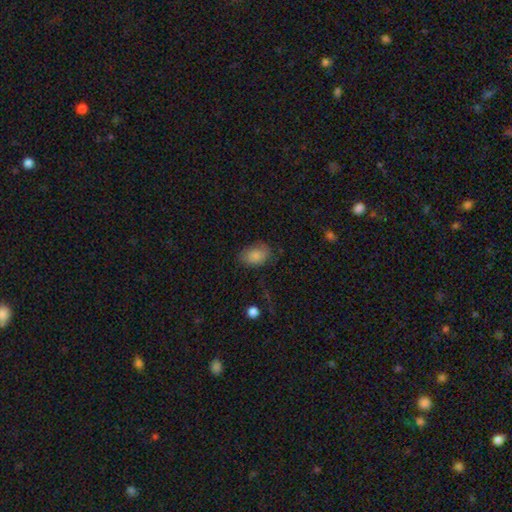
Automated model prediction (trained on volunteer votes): A smooth galaxy with no disk features (81%) that is in between round and cigar-shaped (85%). Merging: none (69%).